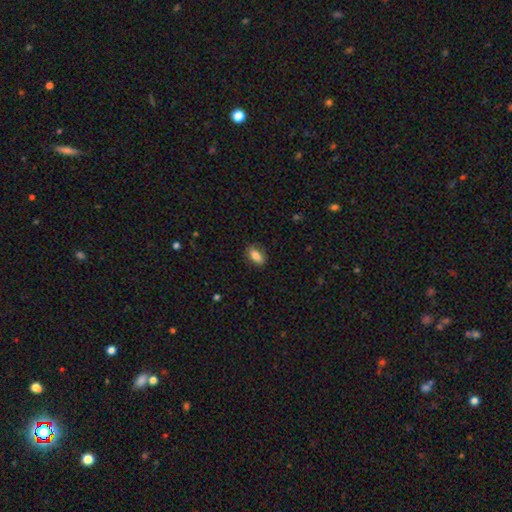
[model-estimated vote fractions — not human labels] smooth-or-featured: smooth: 79% | featured or disk: 13% | star or artifact: 8%
  how-rounded: in between: 86% | cigar-shaped: 7% | round: 6%
  merging: none: 81% | minor disturbance: 15% | major disturbance: 4% | merger: 1%